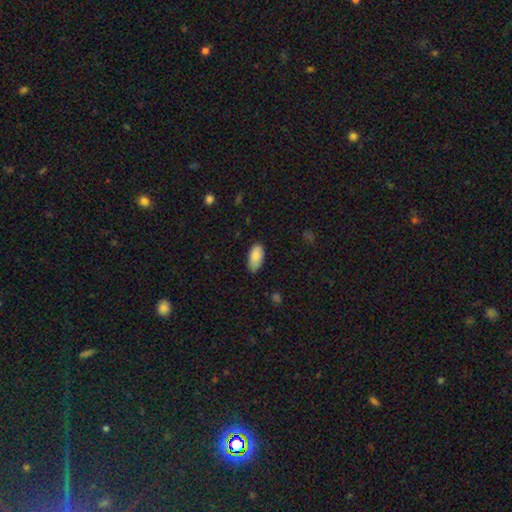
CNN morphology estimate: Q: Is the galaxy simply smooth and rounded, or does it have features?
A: smooth — 86%.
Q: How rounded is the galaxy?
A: in between — 93%.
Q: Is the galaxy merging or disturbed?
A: none — 74%.